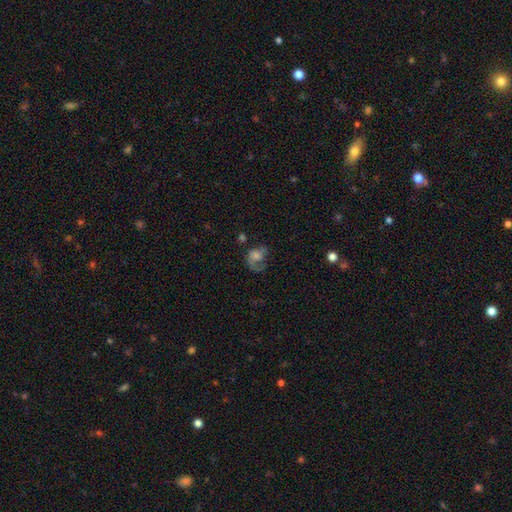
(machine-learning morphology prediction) smooth_or_featured: featured or disk (p=0.46) [alt: smooth p=0.43]
merging: major disturbance (p=0.41) [alt: none p=0.33]